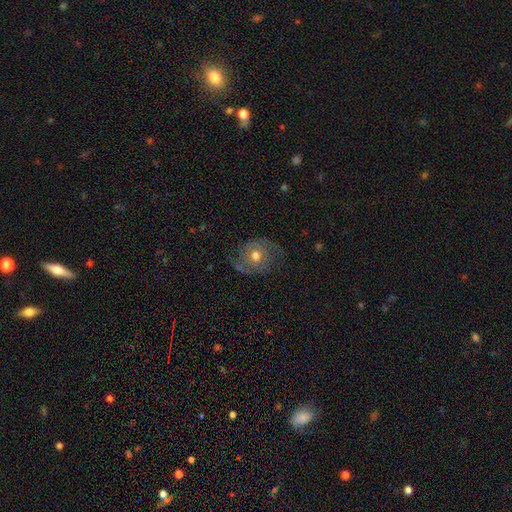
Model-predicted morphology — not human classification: Smooth or featured? Predicted: featured or disk (p=0.69). Edge-on disk? Predicted: no (p=0.97). Bar? Predicted: no (p=0.74). Spiral arms? Predicted: yes (p=0.84). Spiral winding? Predicted: medium (p=0.42). Spiral arm count? Predicted: 2 (p=0.83). Bulge size? Predicted: moderate (p=0.77). Merging? Predicted: none (p=0.66).